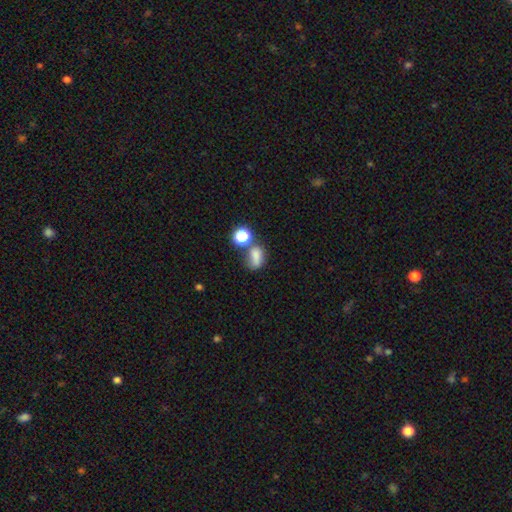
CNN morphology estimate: This is likely a smooth galaxy (75%). How rounded: likely in between (69%). Merging: marginally none (38%).